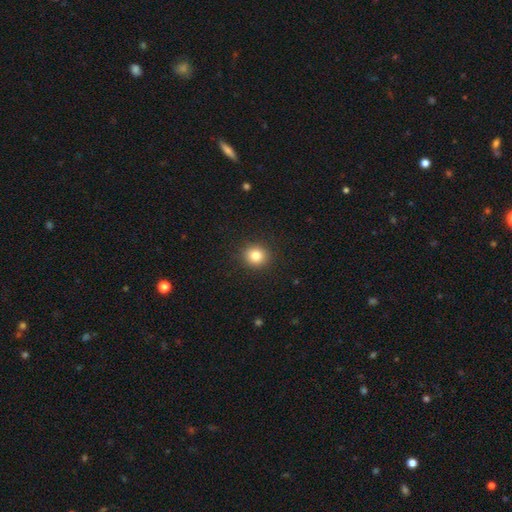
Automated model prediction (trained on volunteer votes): This is clearly a smooth galaxy (83%). How rounded: clearly round (88%). Merging: clearly none (91%).